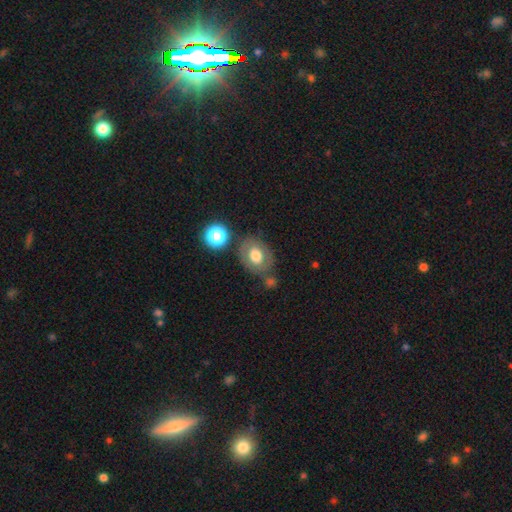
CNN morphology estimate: A smooth galaxy with no disk features (63%) that is in between round and cigar-shaped (57%). Merging: none (67%).